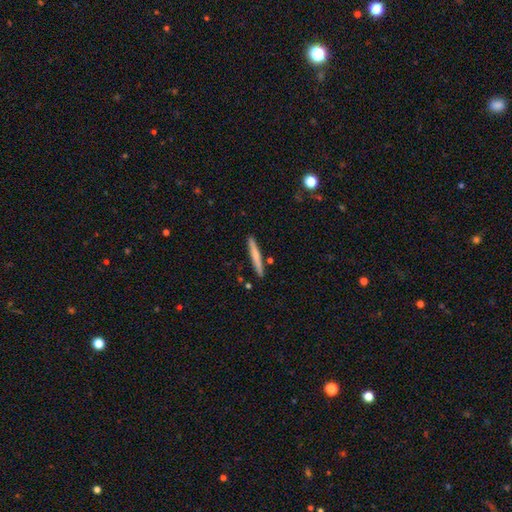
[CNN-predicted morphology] smooth_or_featured: smooth (p=0.62) [alt: featured or disk p=0.32]
how_rounded: cigar-shaped (p=0.96) [alt: in between p=0.03]
merging: none (p=0.88) [alt: minor disturbance p=0.07]